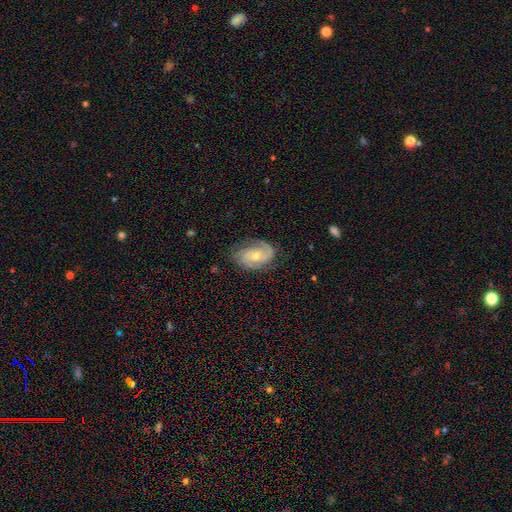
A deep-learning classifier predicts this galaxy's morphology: This appears to be a featured or disk galaxy (75%) with no bar (63%), 2 (60%) tight (43%) spiral arms (94%) and a small central bulge (50%). Merging: none (71%).